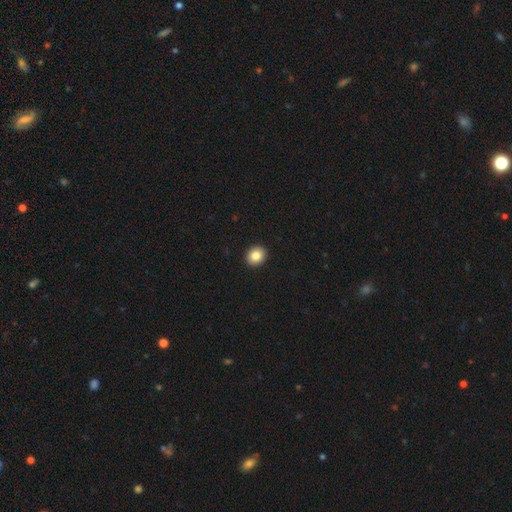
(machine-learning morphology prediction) smooth-or-featured: smooth: 85% | star or artifact: 9% | featured or disk: 7%
  how-rounded: round: 64% | in between: 35% | cigar-shaped: 1%
  merging: none: 93% | minor disturbance: 5% | major disturbance: 1% | merger: 1%